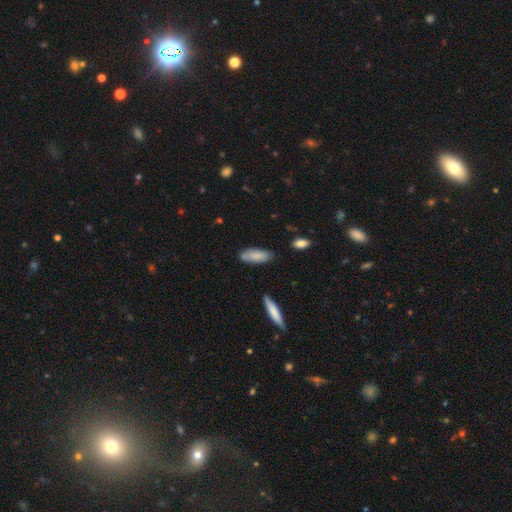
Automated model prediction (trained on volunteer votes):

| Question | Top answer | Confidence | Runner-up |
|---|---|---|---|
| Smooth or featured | smooth | 82% | featured or disk (12%) |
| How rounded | in between | 70% | cigar-shaped (29%) |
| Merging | none | 74% | minor disturbance (19%) |